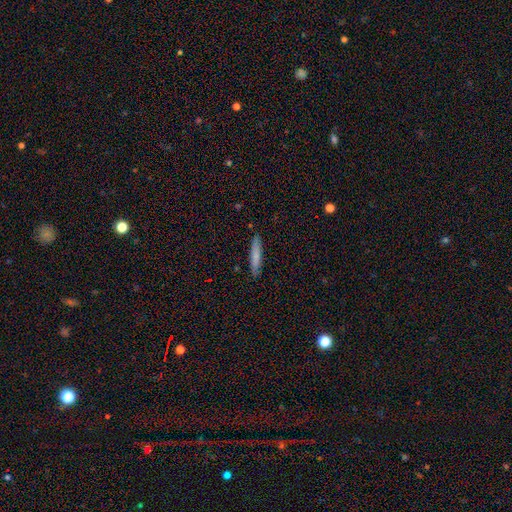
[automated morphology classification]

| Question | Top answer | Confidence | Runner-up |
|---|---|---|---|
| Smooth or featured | smooth | 75% | featured or disk (19%) |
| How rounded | cigar-shaped | 91% | in between (8%) |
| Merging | none | 88% | minor disturbance (9%) |